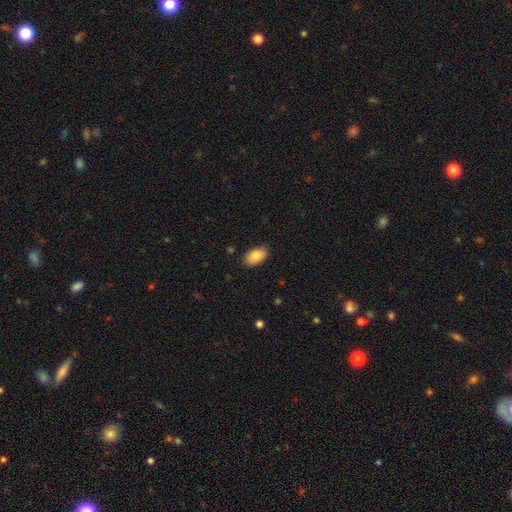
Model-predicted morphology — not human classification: A smooth galaxy with no disk features (86%) that is in between round and cigar-shaped (94%).

Vote fractions:
- Smooth or featured? smooth: 86% / featured or disk: 8% / star or artifact: 7%
- How rounded? in between: 94% / round: 5% / cigar-shaped: 1%
- Merging? none: 86% / minor disturbance: 11% / major disturbance: 2% / merger: 1%